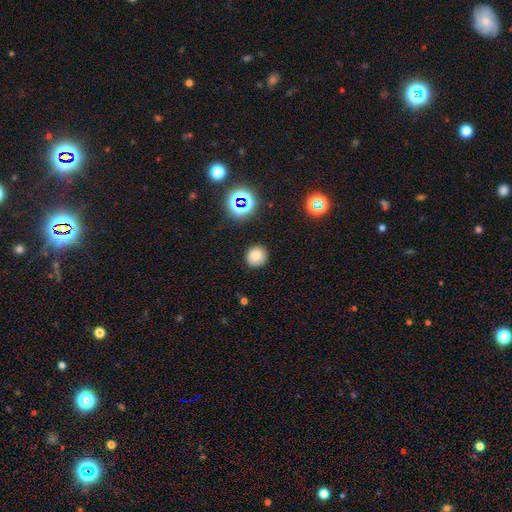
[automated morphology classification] Overall: smooth (77%). How rounded: round (92%). Merging: none (88%).